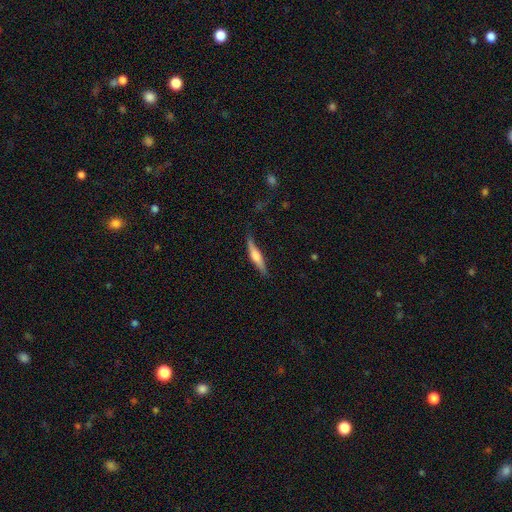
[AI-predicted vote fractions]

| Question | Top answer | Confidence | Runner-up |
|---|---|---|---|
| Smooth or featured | featured or disk | 53% | smooth (41%) |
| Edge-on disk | yes | 95% | no (5%) |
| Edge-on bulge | rounded | 82% | boxy (12%) |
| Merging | none | 80% | minor disturbance (15%) |